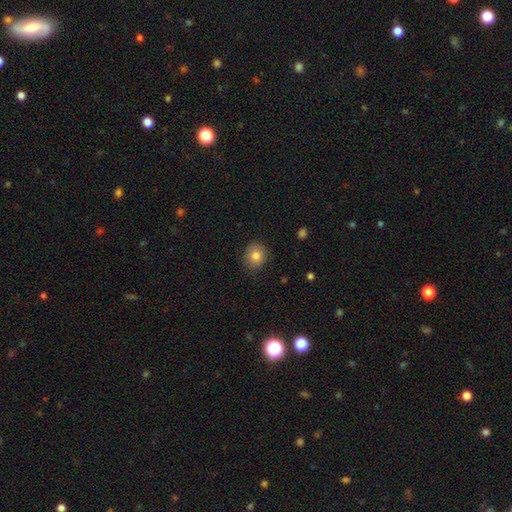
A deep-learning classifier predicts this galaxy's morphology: This is clearly a smooth galaxy (81%). How rounded: likely round (75%). Merging: clearly none (85%).